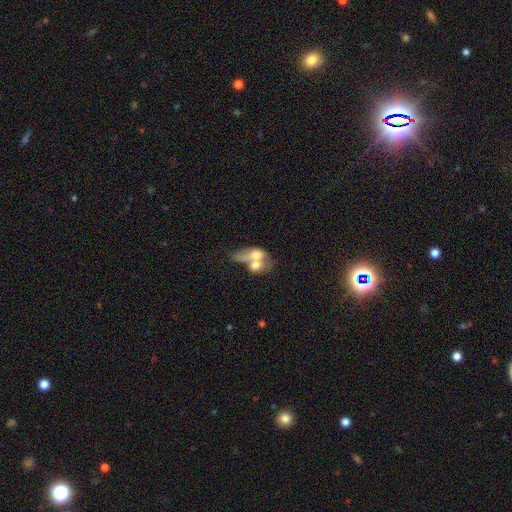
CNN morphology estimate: Smooth or featured? smooth (59%)
How rounded? in between (68%)
Merging? merger (73%)